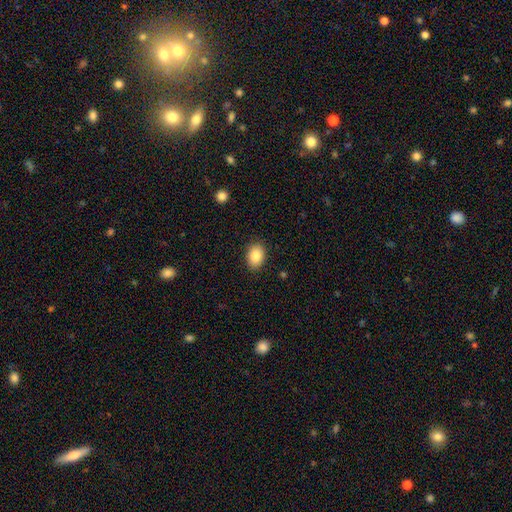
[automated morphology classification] The model was most divided on "how rounded": in between: 76%, round: 23%, cigar-shaped: 1%. More confident: merging — none (88%); smooth or featured — smooth (86%).